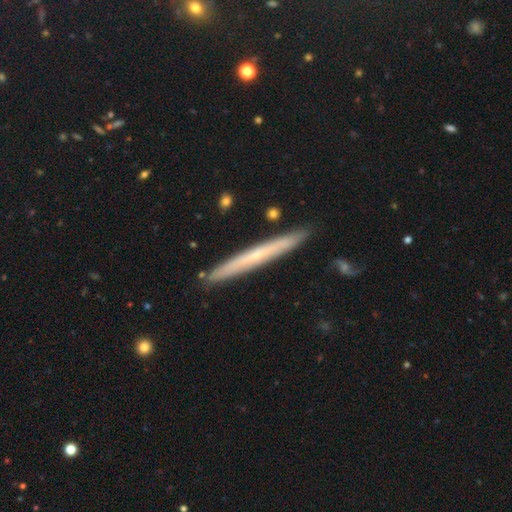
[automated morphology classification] Smooth or featured?
  - featured or disk: 52% *
  - smooth: 41%
  - star or artifact: 7%
Edge-on disk?
  - yes: 94% *
  - no: 6%
Merging?
  - none: 89% *
  - minor disturbance: 8%
  - merger: 2%
  - major disturbance: 1%